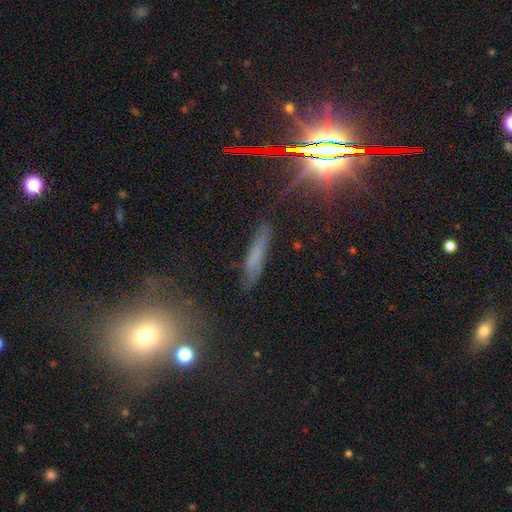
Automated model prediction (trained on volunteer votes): smooth_or_featured: smooth (p=0.49) [alt: featured or disk p=0.28]
merging: none (p=0.77) [alt: minor disturbance p=0.16]